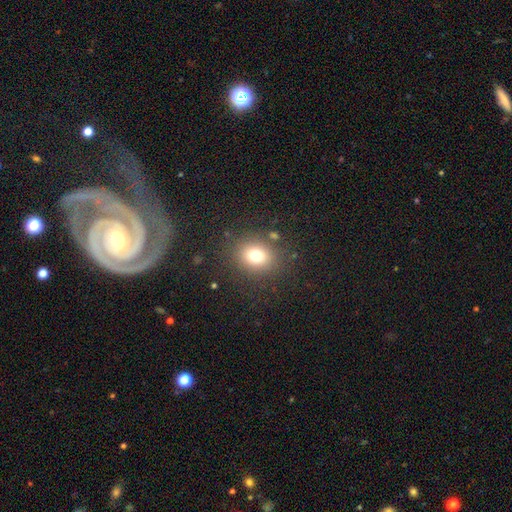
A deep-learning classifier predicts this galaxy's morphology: This appears to be a smooth galaxy with no disk features (75%) that is round (65%). Merging: none (84%).